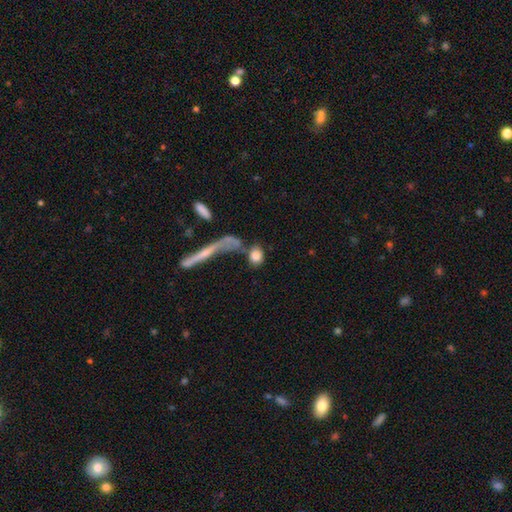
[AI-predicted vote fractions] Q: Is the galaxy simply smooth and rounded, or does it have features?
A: smooth — 80%.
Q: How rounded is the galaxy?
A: round — 50%.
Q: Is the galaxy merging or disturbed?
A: none — 49%.